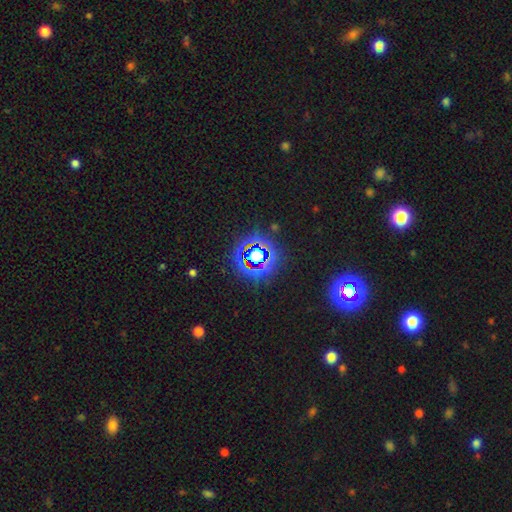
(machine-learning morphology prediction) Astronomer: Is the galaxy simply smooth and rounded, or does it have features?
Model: star or artifact — 70%.